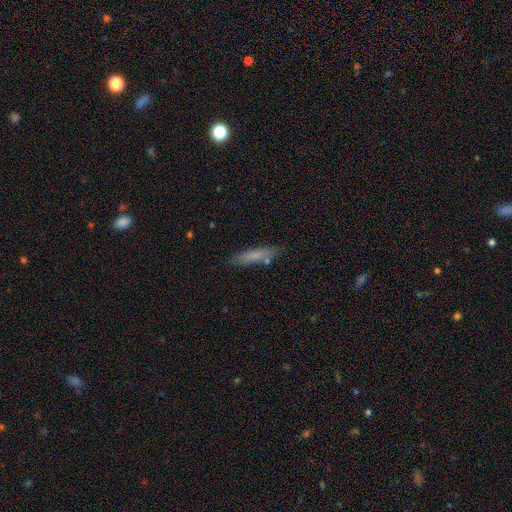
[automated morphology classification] type=smooth (71%); roundness=cigar-shaped (87%); merging=none (83%).